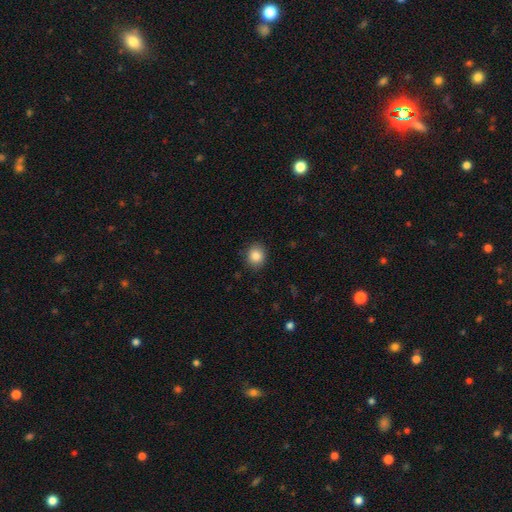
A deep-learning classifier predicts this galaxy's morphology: Overall: smooth (86%). How rounded: round (73%). Merging: none (88%).